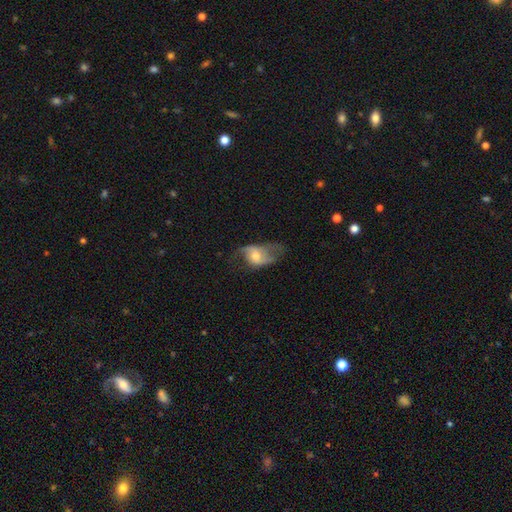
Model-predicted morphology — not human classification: Smooth or featured? Predicted: featured or disk (p=0.52). Edge-on disk? Predicted: no (p=0.93). Merging? Predicted: none (p=0.36).